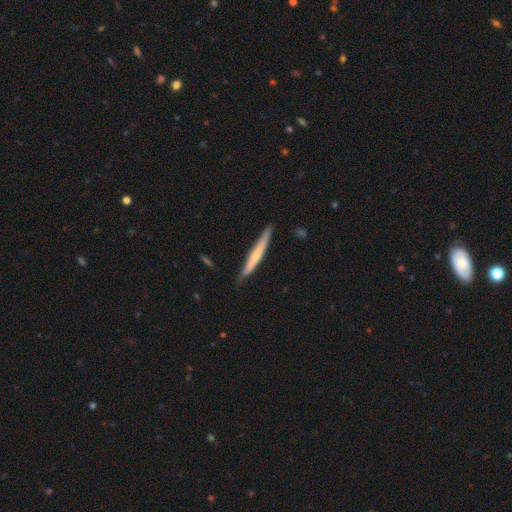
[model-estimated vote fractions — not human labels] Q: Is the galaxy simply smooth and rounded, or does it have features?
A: smooth — 51%.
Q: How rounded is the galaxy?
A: cigar-shaped — 96%.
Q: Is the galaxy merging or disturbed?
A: none — 85%.